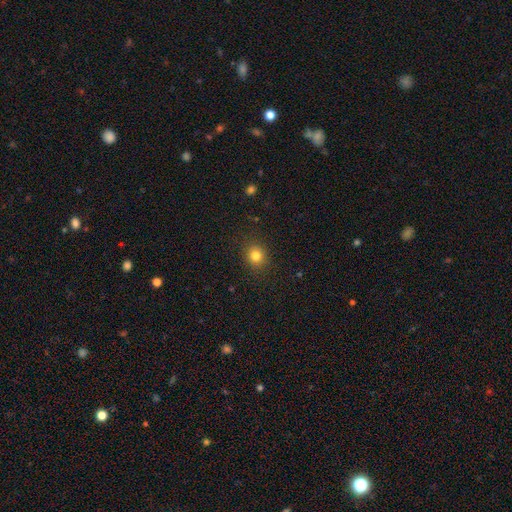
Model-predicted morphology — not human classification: A smooth galaxy with no disk features (82%) that is round (77%).

Vote fractions:
- Smooth or featured? smooth: 82% / star or artifact: 12% / featured or disk: 6%
- How rounded? round: 77% / in between: 22% / cigar-shaped: 1%
- Merging? none: 88% / minor disturbance: 8% / major disturbance: 3% / merger: 1%